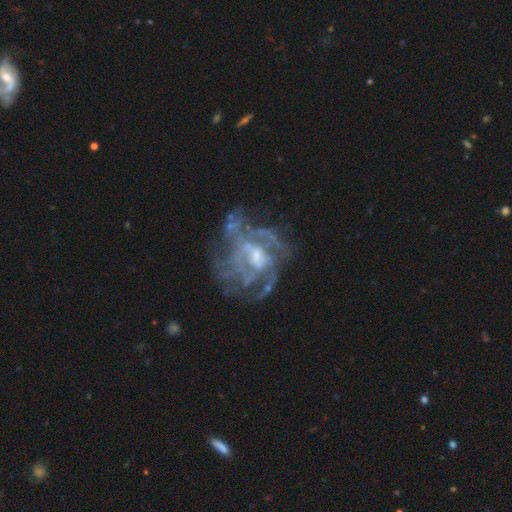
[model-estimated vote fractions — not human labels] smooth-or-featured: featured or disk: 79% | star or artifact: 12% | smooth: 9%
  disk-edge-on: no: 97% | yes: 3%
    bar: no: 50% | weak: 40% | strong: 11%
    has-spiral-arms: yes: 68% | no: 32%
      spiral-winding: tight: 45% | medium: 38% | loose: 17%
      spiral-arm-count: can't tell: 49% | 3: 16% | 4: 13% | 2: 11% | more than 4: 6% | 1: 5%
    bulge-size: moderate: 44% | small: 39% | none: 11% | large: 4% | dominant: 1%
  merging: none: 52% | major disturbance: 26% | minor disturbance: 18% | merger: 5%